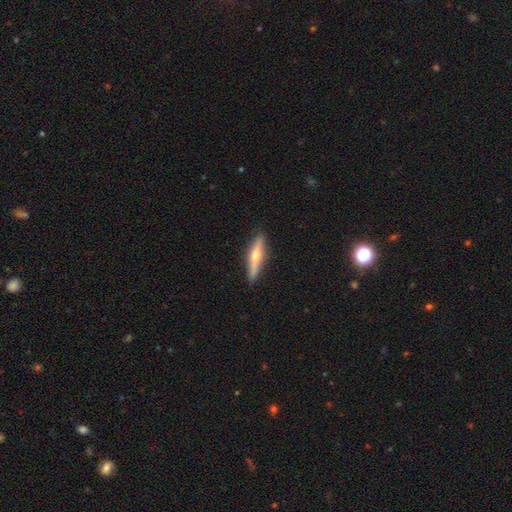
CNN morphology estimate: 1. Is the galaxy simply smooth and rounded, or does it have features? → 65% featured or disk, 29% smooth, 6% star or artifact.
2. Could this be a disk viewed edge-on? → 95% yes, 5% no.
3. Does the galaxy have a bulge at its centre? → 94% rounded, 3% none, 2% boxy.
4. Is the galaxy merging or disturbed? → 89% none, 8% minor disturbance, 2% major disturbance, 1% merger.